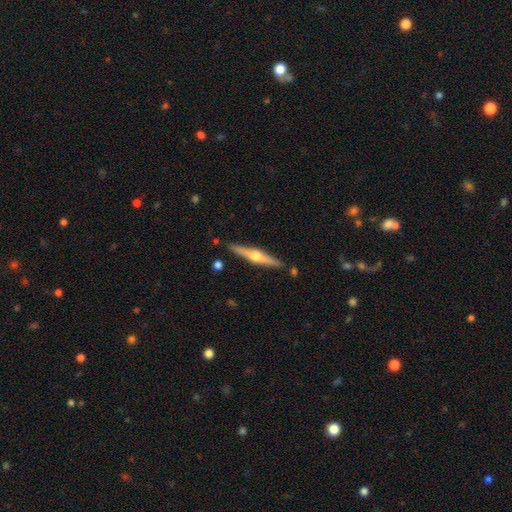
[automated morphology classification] The model was most divided on "smooth or featured": featured or disk: 74%, smooth: 21%, star or artifact: 5%. More confident: edge-on disk — yes (98%); edge-on bulge — rounded (95%); merging — none (88%).